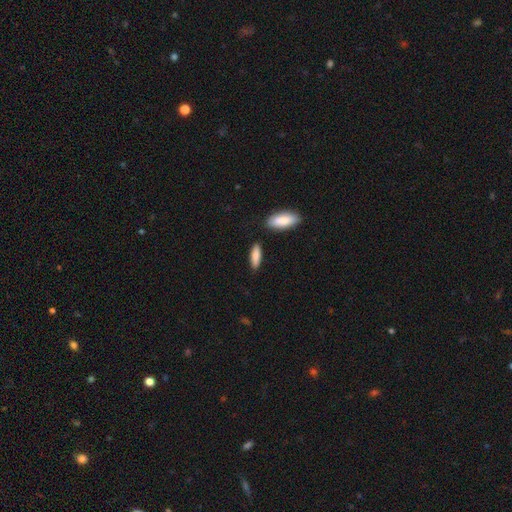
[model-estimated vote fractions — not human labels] Overall: smooth (83%). How rounded: cigar-shaped (50%; in between 48%). Merging: none (80%).